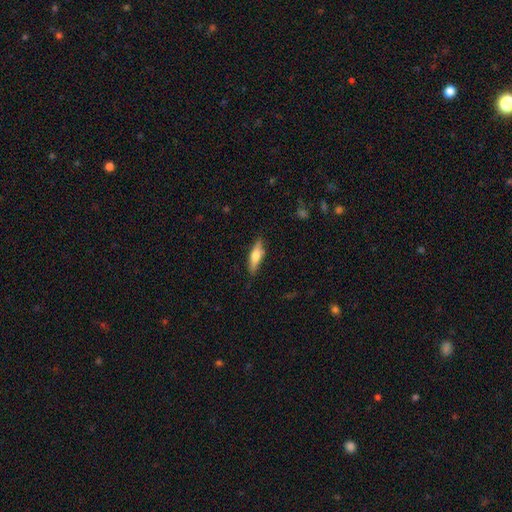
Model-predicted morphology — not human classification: smooth_or_featured: smooth (p=0.57) [alt: featured or disk p=0.37]
how_rounded: cigar-shaped (p=0.58) [alt: in between p=0.40]
merging: none (p=0.84) [alt: minor disturbance p=0.12]